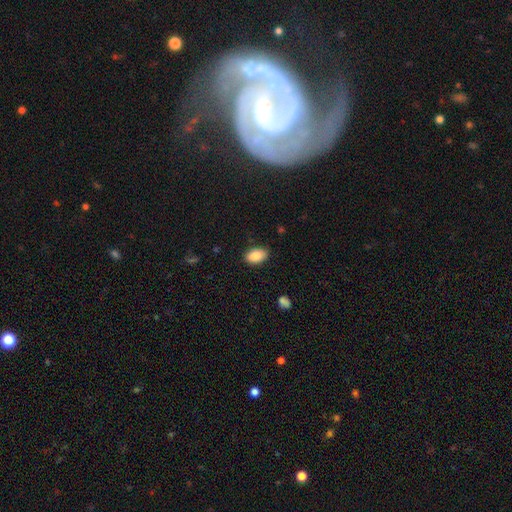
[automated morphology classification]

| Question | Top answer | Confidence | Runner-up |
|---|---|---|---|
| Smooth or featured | smooth | 88% | star or artifact (7%) |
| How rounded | in between | 92% | round (6%) |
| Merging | none | 86% | minor disturbance (11%) |